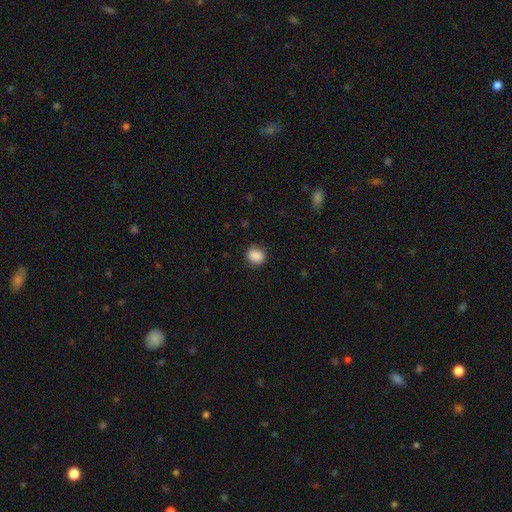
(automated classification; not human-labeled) A smooth galaxy with no disk features (89%) that is round (69%). Merging: none (84%).